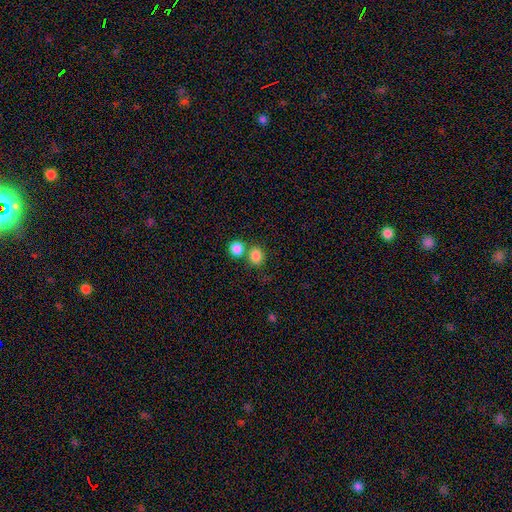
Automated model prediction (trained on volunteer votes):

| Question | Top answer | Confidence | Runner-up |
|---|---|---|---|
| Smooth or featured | smooth | 84% | star or artifact (11%) |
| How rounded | round | 78% | in between (21%) |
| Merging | none | 61% | merger (28%) |